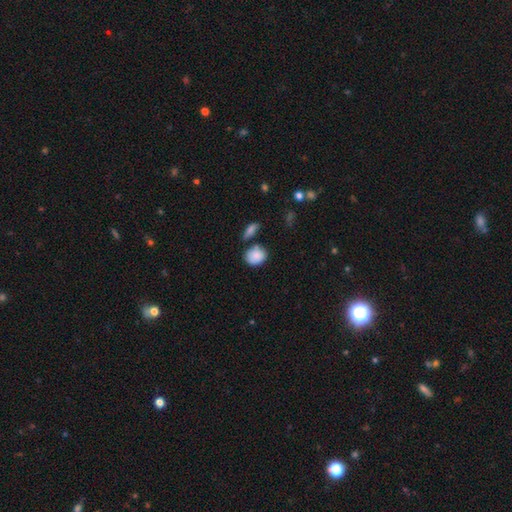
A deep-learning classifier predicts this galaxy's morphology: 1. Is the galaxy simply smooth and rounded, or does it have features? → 86% smooth, 7% star or artifact, 7% featured or disk.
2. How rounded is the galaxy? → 52% round, 46% in between, 2% cigar-shaped.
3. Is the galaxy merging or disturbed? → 61% none, 20% minor disturbance, 15% merger, 5% major disturbance.